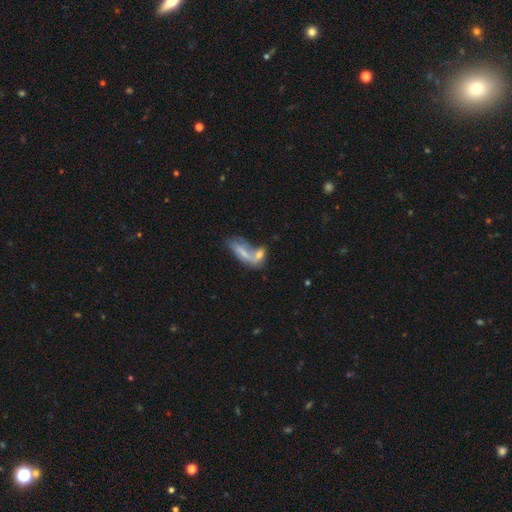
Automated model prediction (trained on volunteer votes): Morphology: type=smooth (57%); roundness=in between (64%); merging=merger (54%).